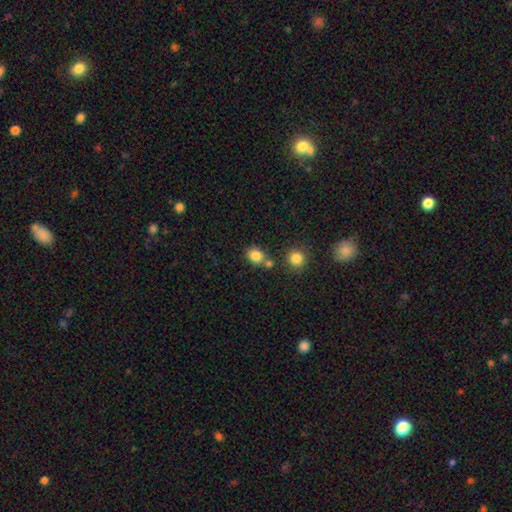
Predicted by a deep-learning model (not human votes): The model was most divided on "how rounded": round: 57%, in between: 42%, cigar-shaped: 1%. More confident: smooth or featured — smooth (83%); merging — none (65%).